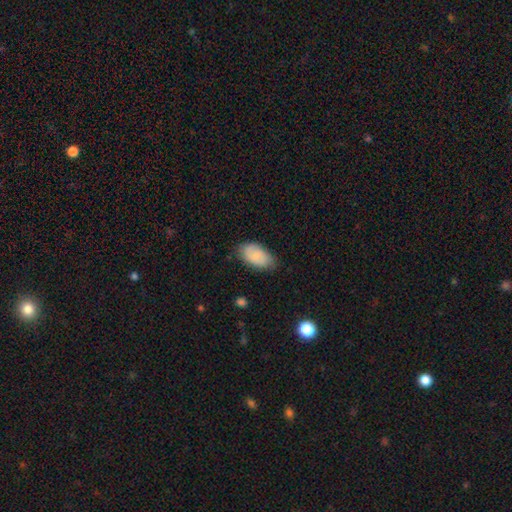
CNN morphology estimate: The model was most divided on "merging": none: 71%, minor disturbance: 23%, major disturbance: 5%, merger: 1%. More confident: how rounded — in between (95%); smooth or featured — smooth (81%).